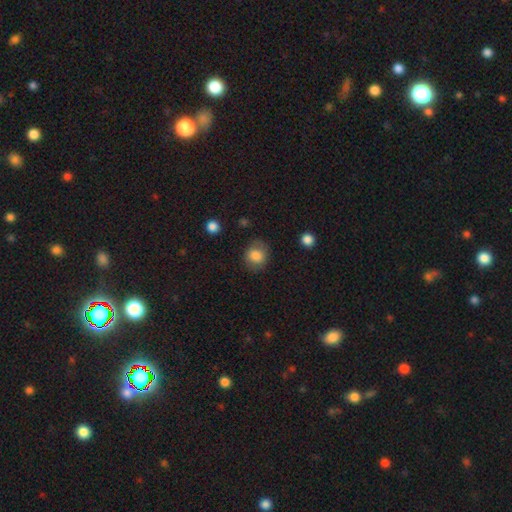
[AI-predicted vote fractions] Morphology: type=smooth (82%); roundness=round (73%); merging=none (75%).